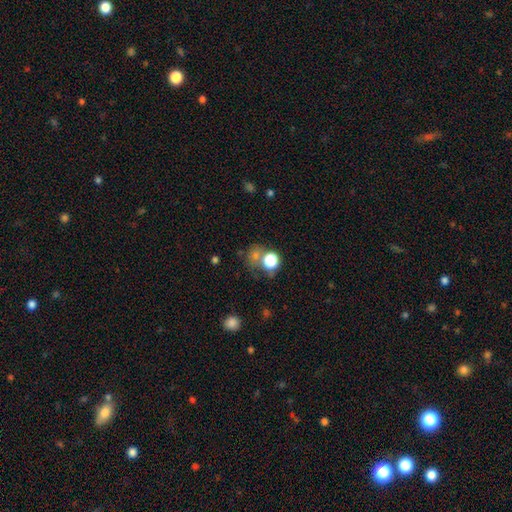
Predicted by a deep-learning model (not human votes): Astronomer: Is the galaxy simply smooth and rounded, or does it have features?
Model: smooth — 58%.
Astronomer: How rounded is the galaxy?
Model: round — 81%.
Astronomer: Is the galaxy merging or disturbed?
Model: none — 56%.